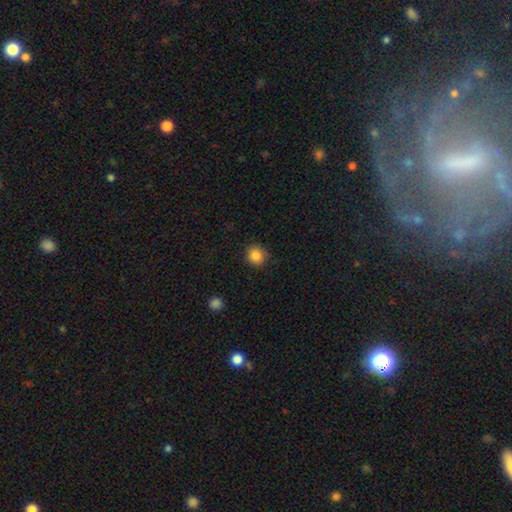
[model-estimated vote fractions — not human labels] smooth-or-featured: smooth: 86% | star or artifact: 10% | featured or disk: 4%
  how-rounded: round: 88% | in between: 11% | cigar-shaped: 1%
  merging: none: 87% | minor disturbance: 10% | major disturbance: 2% | merger: 1%